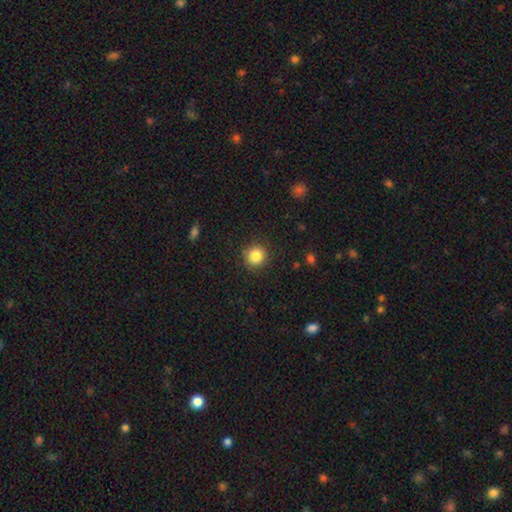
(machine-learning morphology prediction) This appears to be a smooth galaxy with no disk features (84%) that is round (92%). Merging: none (89%).